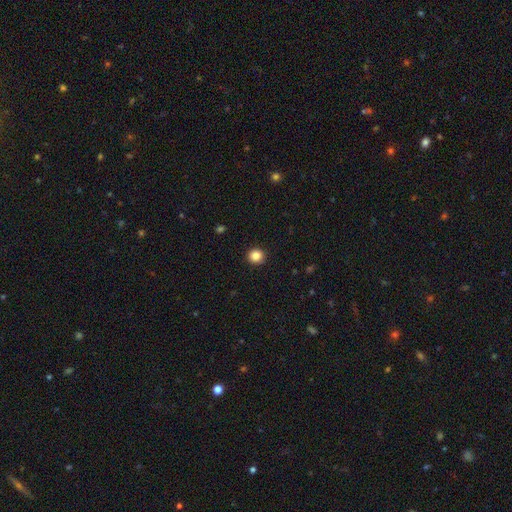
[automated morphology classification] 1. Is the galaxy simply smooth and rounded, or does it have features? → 85% smooth, 11% star or artifact, 4% featured or disk.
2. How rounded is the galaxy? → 91% round, 8% in between, 1% cigar-shaped.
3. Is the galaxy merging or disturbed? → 93% none, 5% minor disturbance, 2% major disturbance, 1% merger.